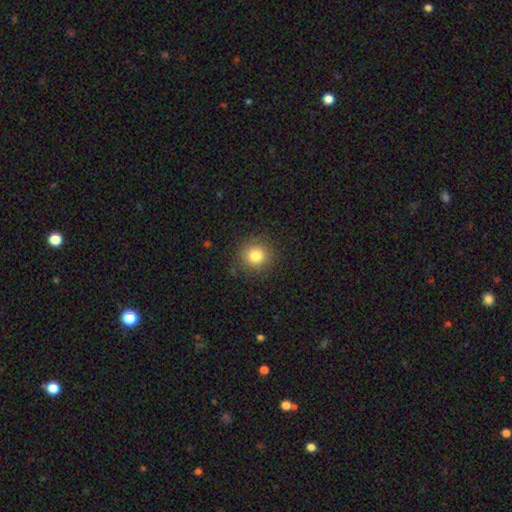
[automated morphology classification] Smooth or featured: smooth — 80% (star or artifact — 12%)
How rounded: round — 92% (in between — 7%)
Merging: none — 86% (minor disturbance — 9%)